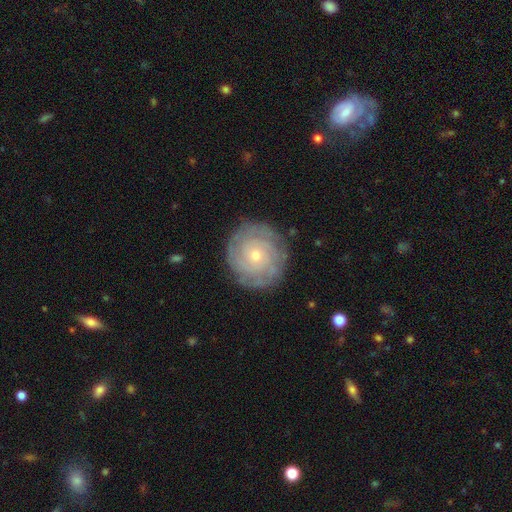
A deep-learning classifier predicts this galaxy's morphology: A featured or disk galaxy (74%) with no bar (81%), tight (80%) spiral arms (90%) and a small central bulge (70%).

Vote fractions:
- Smooth or featured? featured or disk: 74% / smooth: 20% / star or artifact: 6%
- Edge-on disk? no: 98% / yes: 2%
- Bar? no: 81% / weak: 16% / strong: 3%
- Spiral arms? yes: 90% / no: 10%
- Spiral winding? tight: 80% / medium: 16% / loose: 4%
- Spiral arm count? can't tell: 44% / 3: 15% / 2: 14% / 4: 13% / more than 4: 7% / 1: 6%
- Bulge size? small: 70% / moderate: 27% / large: 1% / none: 1% / dominant: 1%
- Merging? none: 84% / minor disturbance: 11% / major disturbance: 4% / merger: 1%